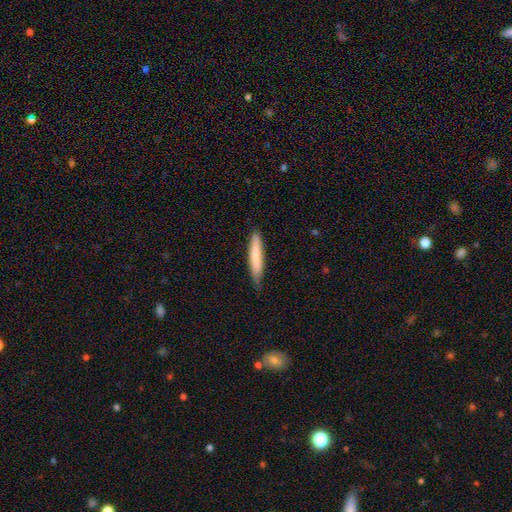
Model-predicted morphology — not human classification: Smooth or featured?
  - smooth: 76% *
  - featured or disk: 18%
  - star or artifact: 5%
How rounded?
  - cigar-shaped: 92% *
  - in between: 7%
  - round: 1%
Merging?
  - none: 79% *
  - minor disturbance: 18%
  - major disturbance: 2%
  - merger: 1%